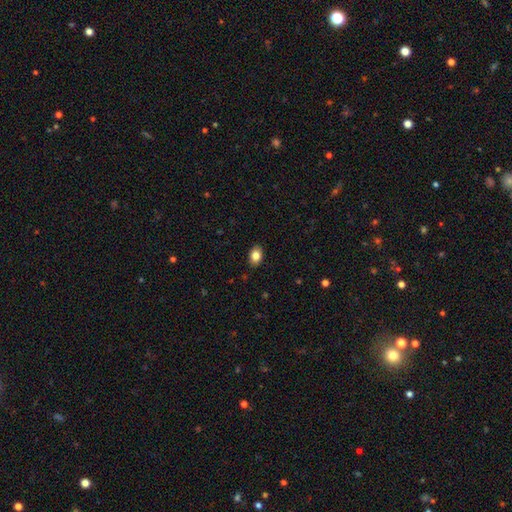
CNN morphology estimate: Q: Smooth or featured?
A: smooth (84%); runner-up: star or artifact (8%)
Q: How rounded?
A: in between (83%); runner-up: round (16%)
Q: Merging?
A: none (88%); runner-up: minor disturbance (9%)